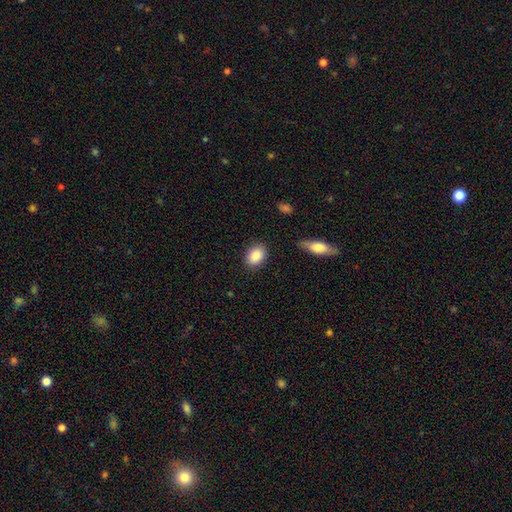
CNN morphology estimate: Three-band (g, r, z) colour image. It shows a smooth galaxy with no disk features (88%) that is in between round and cigar-shaped (76%). Merging: none (85%).